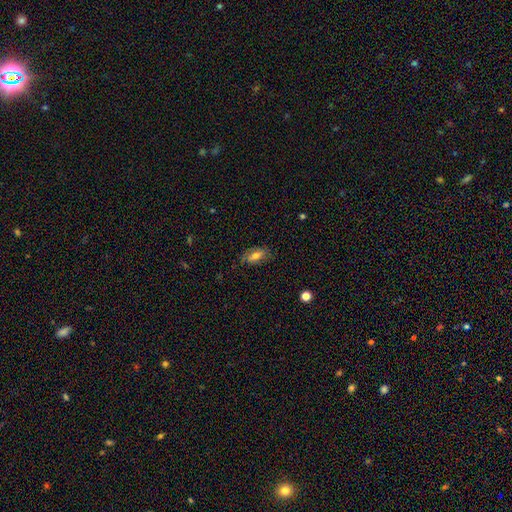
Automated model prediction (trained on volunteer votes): Overall: smooth (58%; featured or disk 33%). How rounded: in between (84%). Merging: none (74%).